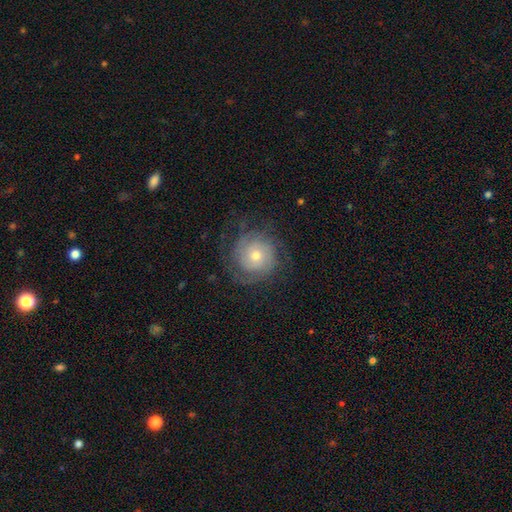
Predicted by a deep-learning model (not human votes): A featured or disk galaxy (69%) with no bar (81%), tight (70%) spiral arms (89%) and a moderate central bulge (54%). Merging: none (75%).